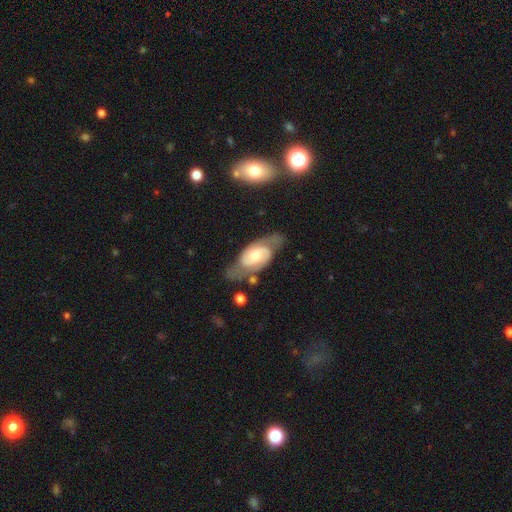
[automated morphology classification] Smooth or featured?
  - featured or disk: 79% *
  - smooth: 16%
  - star or artifact: 6%
Edge-on disk?
  - no: 94% *
  - yes: 6%
Bar?
  - no: 60% *
  - weak: 32%
  - strong: 8%
Spiral arms?
  - yes: 93% *
  - no: 7%
Spiral winding?
  - medium: 47% *
  - tight: 33%
  - loose: 19%
Spiral arm count?
  - 2: 86% *
  - can't tell: 8%
  - 1: 2%
  - 3: 2%
  - 4: 1%
  - more than 4: 1%
Bulge size?
  - moderate: 50% *
  - small: 39%
  - large: 7%
  - none: 2%
  - dominant: 1%
Merging?
  - none: 61% *
  - minor disturbance: 22%
  - major disturbance: 12%
  - merger: 5%